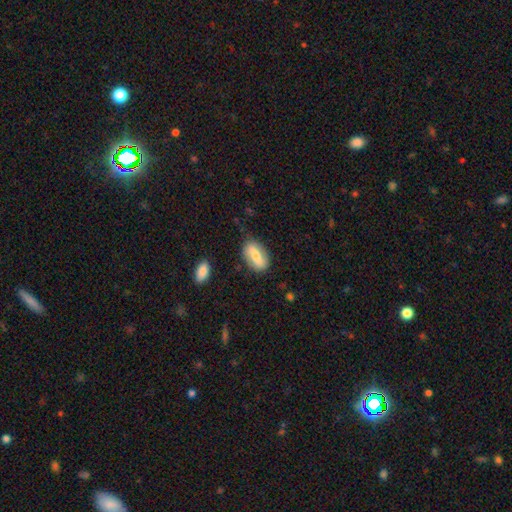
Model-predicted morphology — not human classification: Smooth or featured: smooth — 62% (featured or disk — 31%)
How rounded: in between — 87% (cigar-shaped — 8%)
Merging: none — 78% (minor disturbance — 16%)